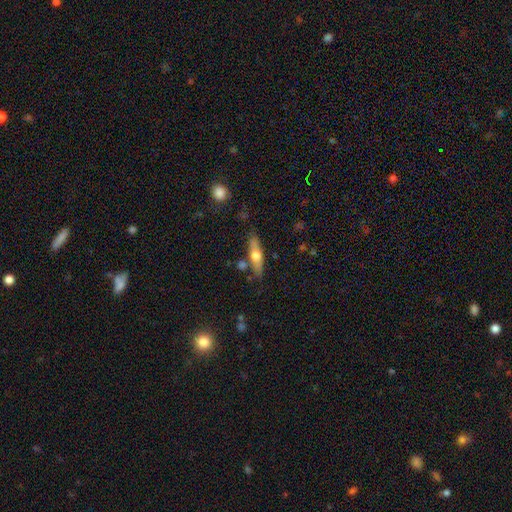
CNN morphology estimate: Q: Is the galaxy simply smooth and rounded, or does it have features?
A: smooth — 48%.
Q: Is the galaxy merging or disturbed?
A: none — 76%.